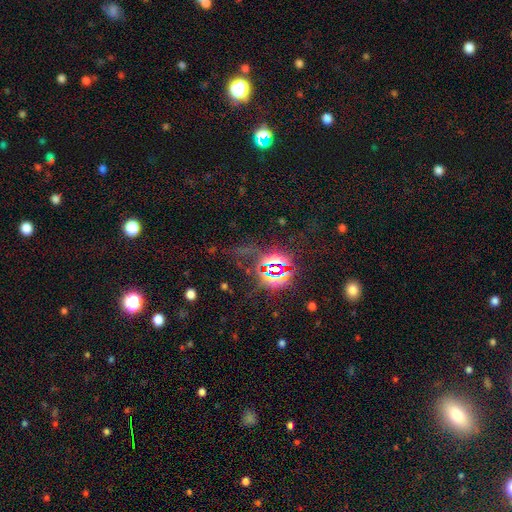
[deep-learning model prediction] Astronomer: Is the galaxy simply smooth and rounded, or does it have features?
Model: star or artifact — 77%.